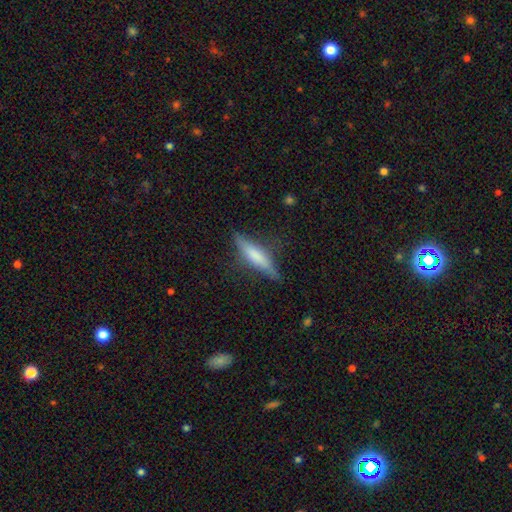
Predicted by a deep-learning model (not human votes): Smooth or featured?
  - smooth: 53% *
  - featured or disk: 40%
  - star or artifact: 7%
How rounded?
  - cigar-shaped: 81% *
  - in between: 18%
  - round: 2%
Merging?
  - none: 78% *
  - minor disturbance: 17%
  - major disturbance: 4%
  - merger: 2%